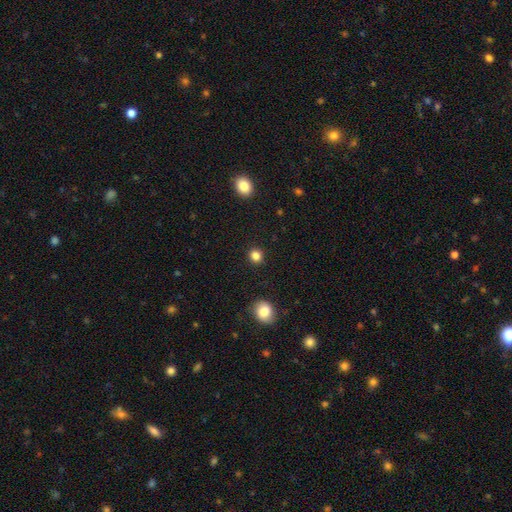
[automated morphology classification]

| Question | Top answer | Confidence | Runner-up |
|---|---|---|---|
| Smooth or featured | smooth | 85% | star or artifact (12%) |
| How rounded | round | 89% | in between (10%) |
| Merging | none | 91% | minor disturbance (6%) |